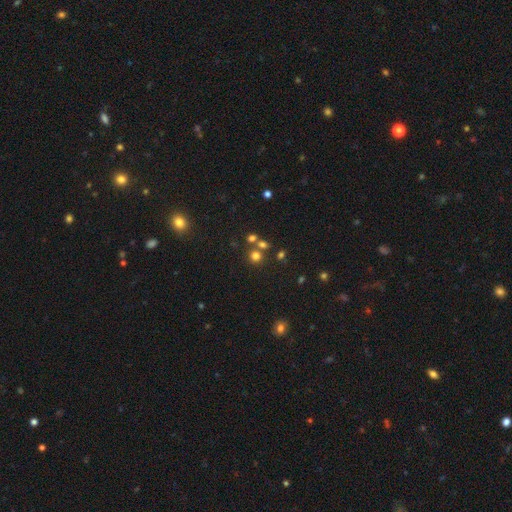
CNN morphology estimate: Overall: smooth (68%). How rounded: round (88%). Merging: none (66%).